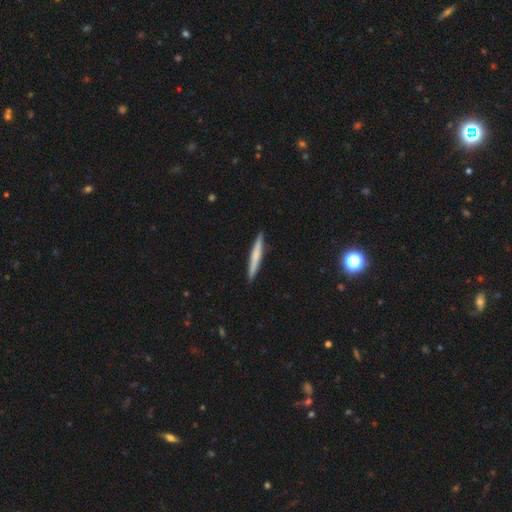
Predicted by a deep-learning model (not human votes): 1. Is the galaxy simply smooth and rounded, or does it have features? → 56% smooth, 38% featured or disk, 6% star or artifact.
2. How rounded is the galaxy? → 96% cigar-shaped, 3% in between, 1% round.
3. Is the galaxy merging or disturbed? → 91% none, 6% minor disturbance, 1% major disturbance, 1% merger.